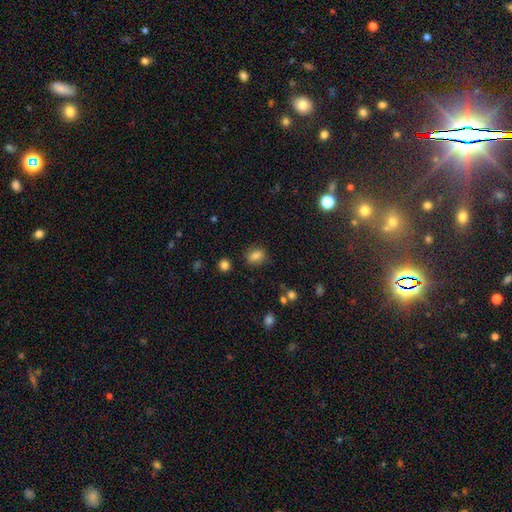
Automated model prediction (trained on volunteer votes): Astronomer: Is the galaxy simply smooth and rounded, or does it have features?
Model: smooth — 82%.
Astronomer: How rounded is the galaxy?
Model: in between — 57% (runner-up: round, 41%).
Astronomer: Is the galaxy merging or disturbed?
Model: none — 80%.